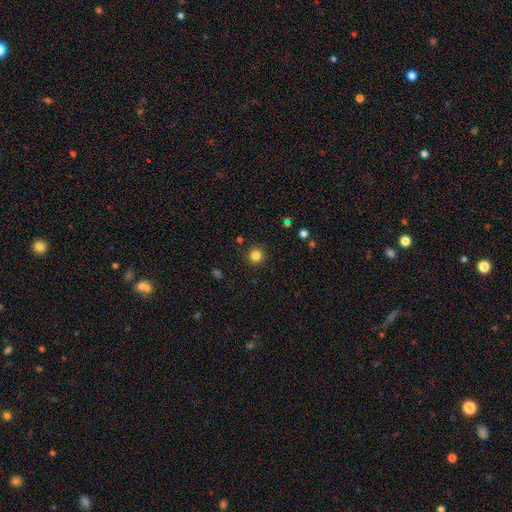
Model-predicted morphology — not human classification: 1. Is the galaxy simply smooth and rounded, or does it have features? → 83% smooth, 13% star or artifact, 5% featured or disk.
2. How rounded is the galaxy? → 95% round, 4% in between, 1% cigar-shaped.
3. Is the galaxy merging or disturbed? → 92% none, 5% minor disturbance, 2% major disturbance, 1% merger.